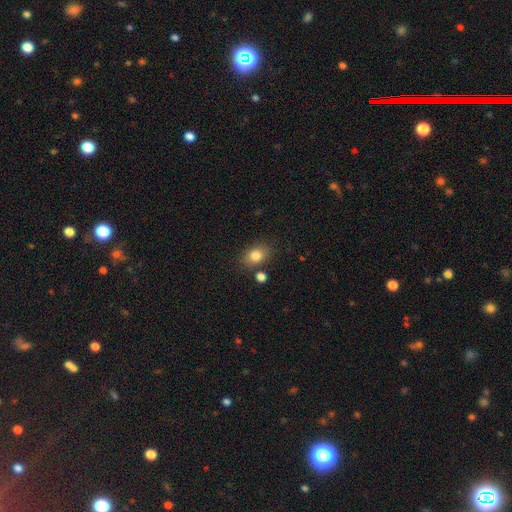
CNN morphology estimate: smooth-or-featured: smooth: 82% | star or artifact: 10% | featured or disk: 8%
  how-rounded: in between: 68% | round: 31% | cigar-shaped: 1%
  merging: none: 78% | minor disturbance: 12% | merger: 7% | major disturbance: 3%